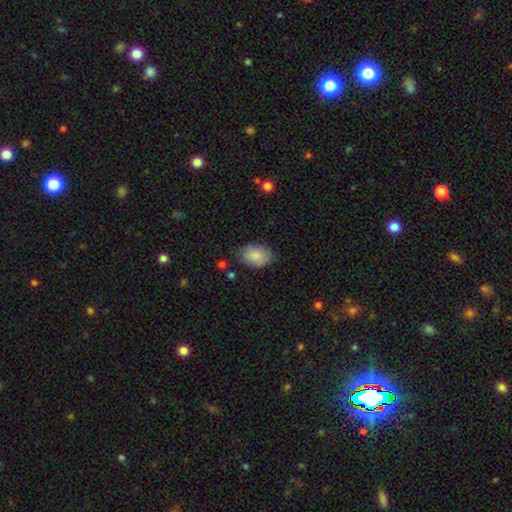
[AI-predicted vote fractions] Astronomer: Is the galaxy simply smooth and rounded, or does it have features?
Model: smooth — 86%.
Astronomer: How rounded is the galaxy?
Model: in between — 85%.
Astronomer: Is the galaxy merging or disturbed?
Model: none — 78%.